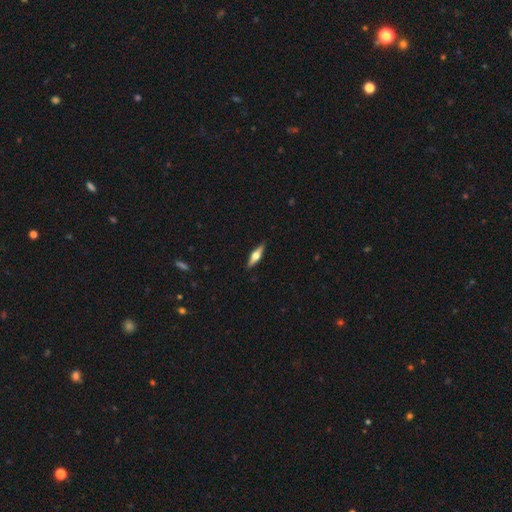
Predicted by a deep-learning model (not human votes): smooth-or-featured: featured or disk: 60% | smooth: 34% | star or artifact: 6%
  disk-edge-on: yes: 96% | no: 4%
    edge-on-bulge: rounded: 94% | boxy: 4% | none: 2%
  merging: none: 90% | minor disturbance: 7% | major disturbance: 1% | merger: 1%